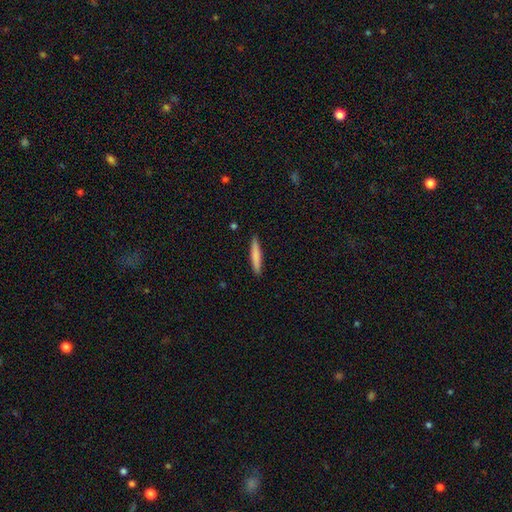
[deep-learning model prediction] A smooth galaxy with no disk features (77%) that is cigar-shaped (94%).

Vote fractions:
- Smooth or featured? smooth: 77% / featured or disk: 17% / star or artifact: 5%
- How rounded? cigar-shaped: 94% / in between: 5% / round: 1%
- Merging? none: 90% / minor disturbance: 8% / major disturbance: 2% / merger: 1%